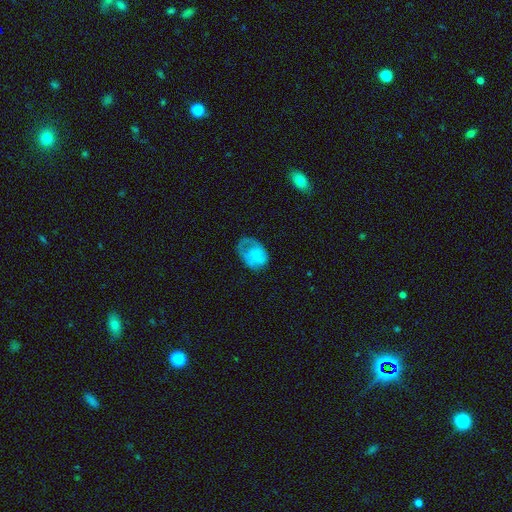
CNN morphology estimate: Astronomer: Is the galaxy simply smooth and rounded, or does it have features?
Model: smooth — 60%.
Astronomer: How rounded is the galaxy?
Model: in between — 73%.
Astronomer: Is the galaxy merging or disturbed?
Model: major disturbance — 35% (runner-up: none, 32%).